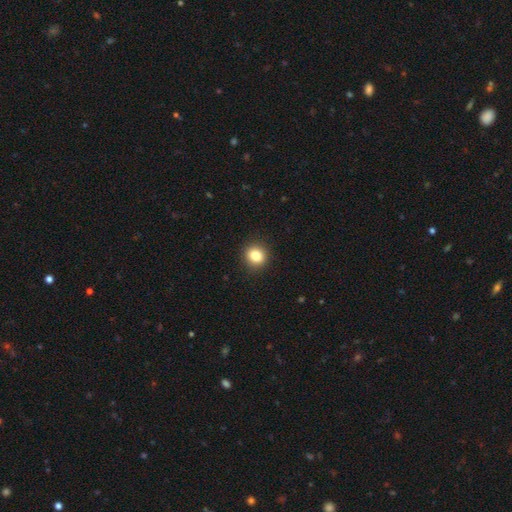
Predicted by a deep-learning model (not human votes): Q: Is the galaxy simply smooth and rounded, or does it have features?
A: smooth — 84%.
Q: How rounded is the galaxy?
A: round — 82%.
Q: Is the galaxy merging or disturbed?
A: none — 91%.